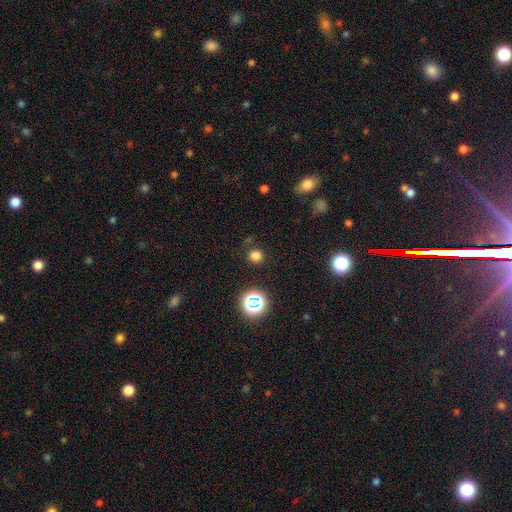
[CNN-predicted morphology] Smooth or featured?
  - smooth: 73% *
  - star or artifact: 22%
  - featured or disk: 5%
How rounded?
  - round: 94% *
  - in between: 5%
  - cigar-shaped: 1%
Merging?
  - none: 85% *
  - minor disturbance: 8%
  - major disturbance: 4%
  - merger: 3%